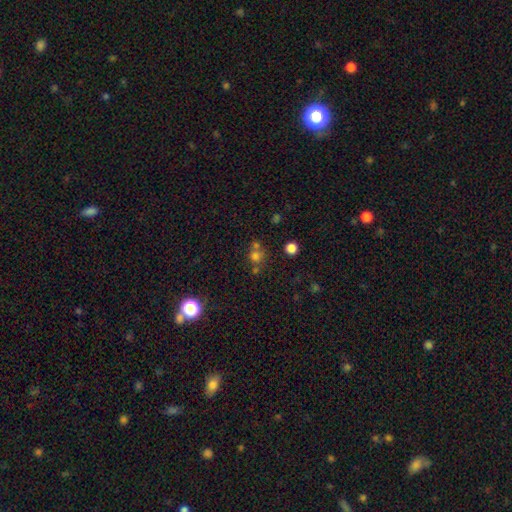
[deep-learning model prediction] Overall: smooth (69%). How rounded: round (86%). Merging: none (54%; merger 32%).